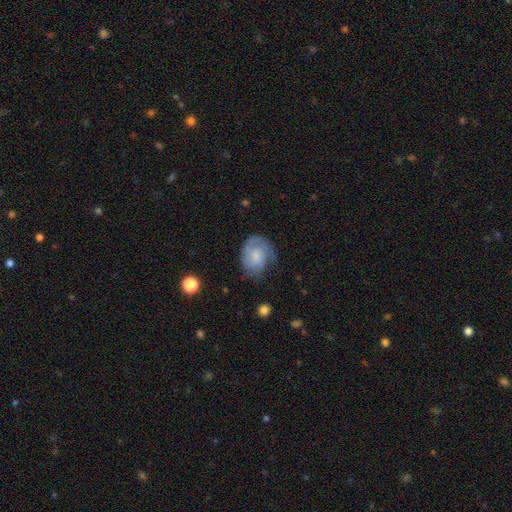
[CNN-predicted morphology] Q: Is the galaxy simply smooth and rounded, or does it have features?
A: smooth — 49%.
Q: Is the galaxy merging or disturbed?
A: none — 54%.